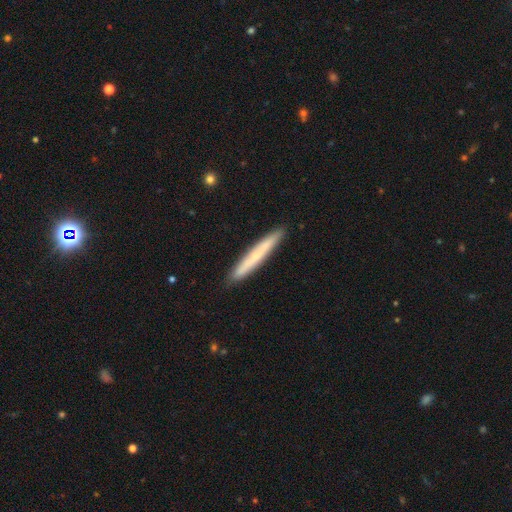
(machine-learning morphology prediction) Smooth or featured: smooth — 58% (featured or disk — 36%)
How rounded: cigar-shaped — 96% (in between — 3%)
Merging: none — 91% (minor disturbance — 7%)